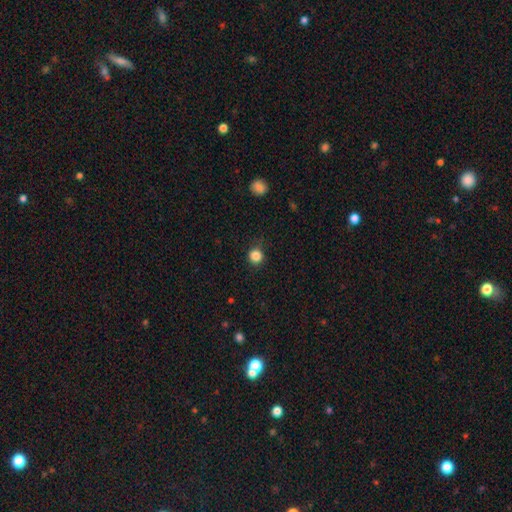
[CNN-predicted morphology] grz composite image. It shows a smooth galaxy with no disk features (85%) that is round (93%). Merging: none (87%).